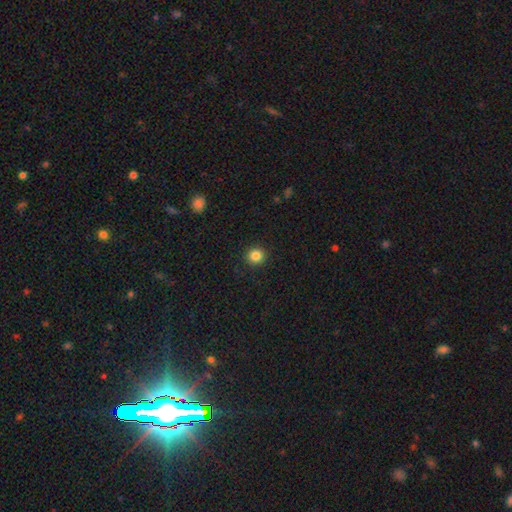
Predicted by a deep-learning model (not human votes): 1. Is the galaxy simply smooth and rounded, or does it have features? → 85% smooth, 11% star or artifact, 4% featured or disk.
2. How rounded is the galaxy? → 94% round, 5% in between, 1% cigar-shaped.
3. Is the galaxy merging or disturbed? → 93% none, 5% minor disturbance, 2% major disturbance, 1% merger.